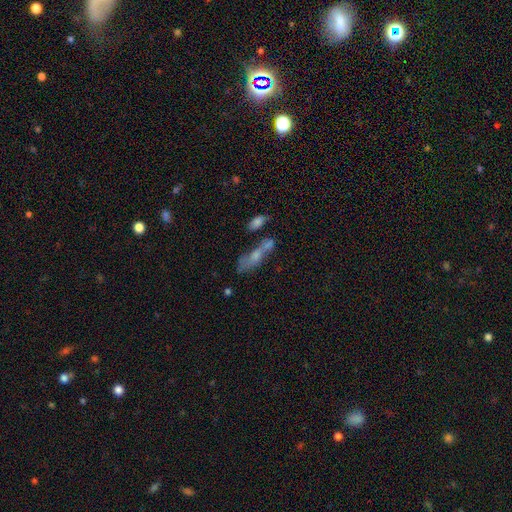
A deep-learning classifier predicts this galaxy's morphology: type=smooth (53%); roundness=in between (55%); merging=merger (39%).